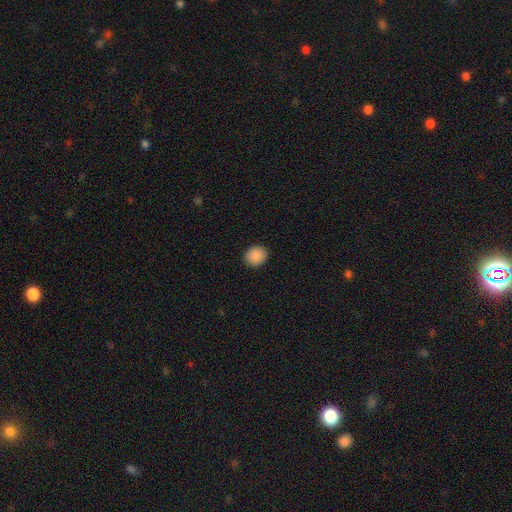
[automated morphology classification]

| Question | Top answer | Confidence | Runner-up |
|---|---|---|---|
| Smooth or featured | smooth | 89% | star or artifact (8%) |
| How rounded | round | 74% | in between (25%) |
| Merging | none | 91% | minor disturbance (6%) |